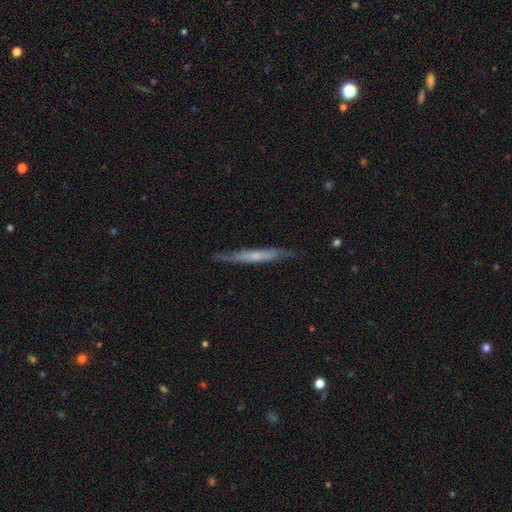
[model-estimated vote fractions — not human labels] This is possibly a featured or disk galaxy (54%). It is clearly viewed edge-on (89%). Merging: clearly none (81%).